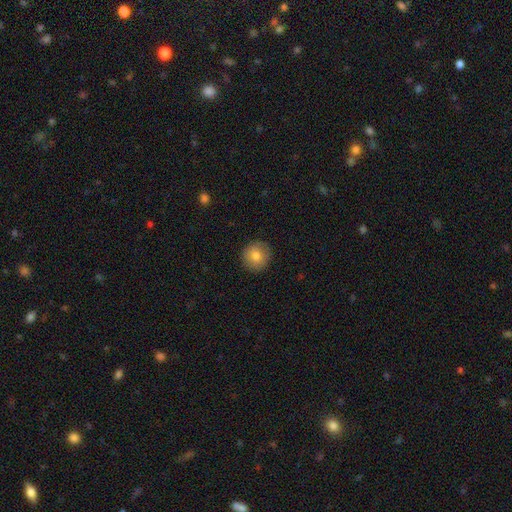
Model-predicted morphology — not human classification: This is likely a smooth galaxy (78%). How rounded: clearly round (94%). Merging: clearly none (90%).